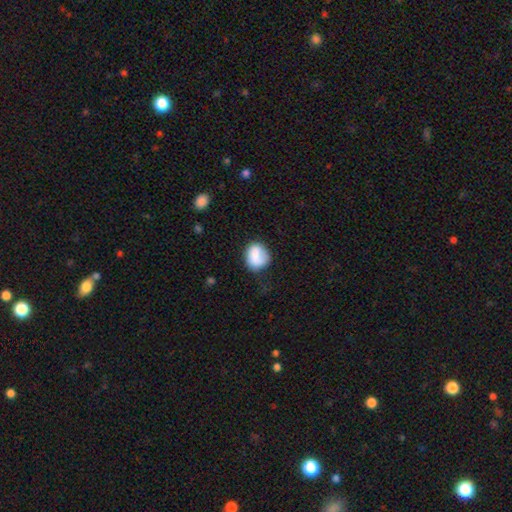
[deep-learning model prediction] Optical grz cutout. It shows a smooth galaxy with no disk features (80%) that is round (61%). Merging: none (57%).